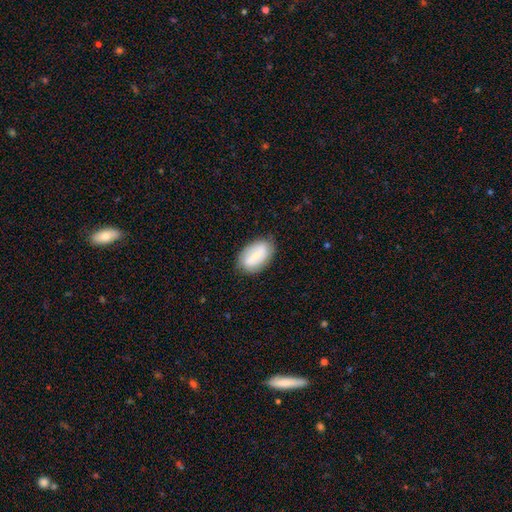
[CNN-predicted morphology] Smooth or featured? smooth (55%)
How rounded? in between (91%)
Merging? none (77%)